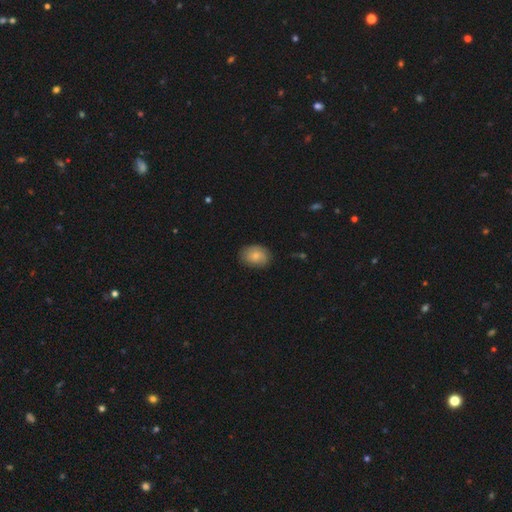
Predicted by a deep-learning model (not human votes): Smooth or featured? Predicted: smooth (p=0.68). How rounded? Predicted: in between (p=0.69). Merging? Predicted: none (p=0.78).